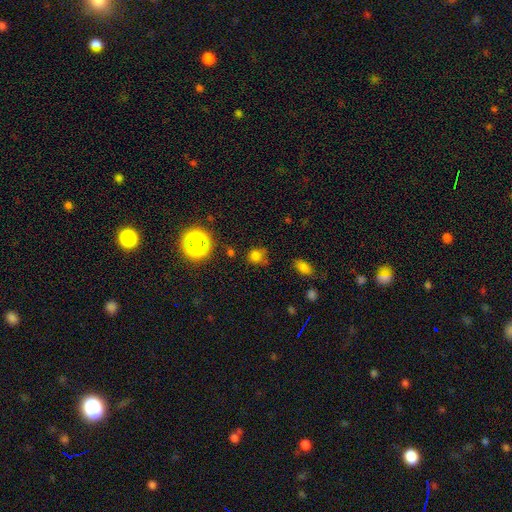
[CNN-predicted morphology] Smooth or featured? smooth (72%)
How rounded? round (81%)
Merging? none (71%)